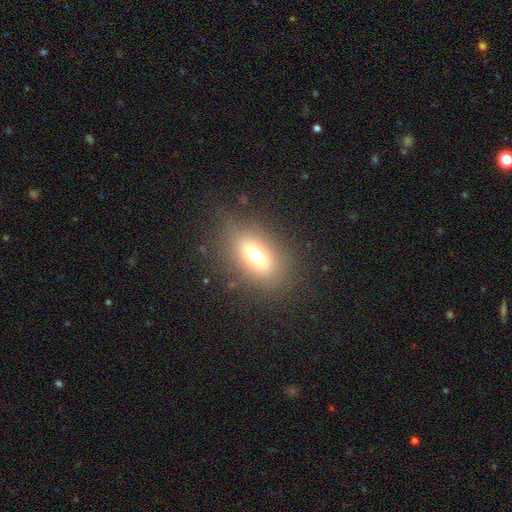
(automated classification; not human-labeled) Morphology: type=smooth (67%); roundness=in between (81%); merging=none (82%).